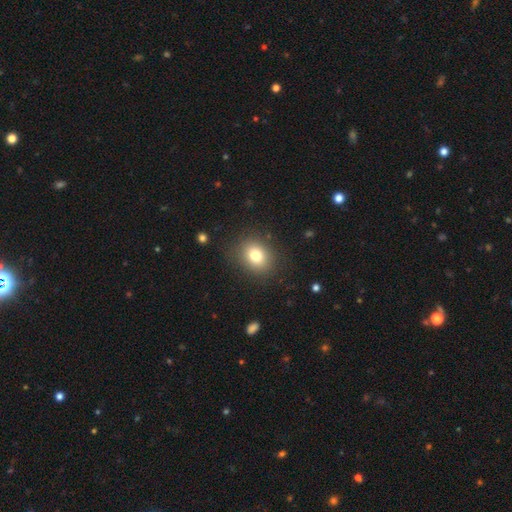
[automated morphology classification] smooth_or_featured: smooth (p=0.79) [alt: star or artifact p=0.12]
how_rounded: round (p=0.59) [alt: in between p=0.40]
merging: none (p=0.86) [alt: minor disturbance p=0.09]